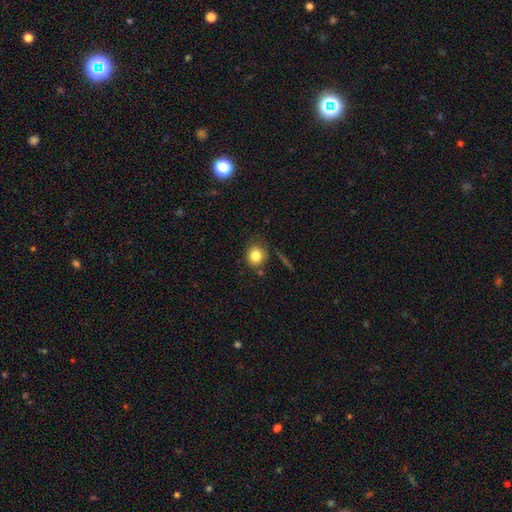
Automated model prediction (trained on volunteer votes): smooth-or-featured: smooth: 81% | star or artifact: 10% | featured or disk: 8%
  how-rounded: round: 79% | in between: 20% | cigar-shaped: 1%
  merging: none: 75% | minor disturbance: 15% | merger: 5% | major disturbance: 4%